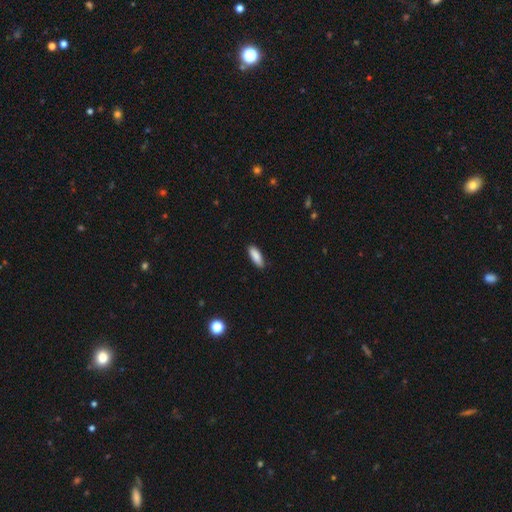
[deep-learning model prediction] Q: Smooth or featured?
A: smooth (88%); runner-up: star or artifact (6%)
Q: How rounded?
A: in between (64%); runner-up: cigar-shaped (35%)
Q: Merging?
A: none (85%); runner-up: minor disturbance (11%)